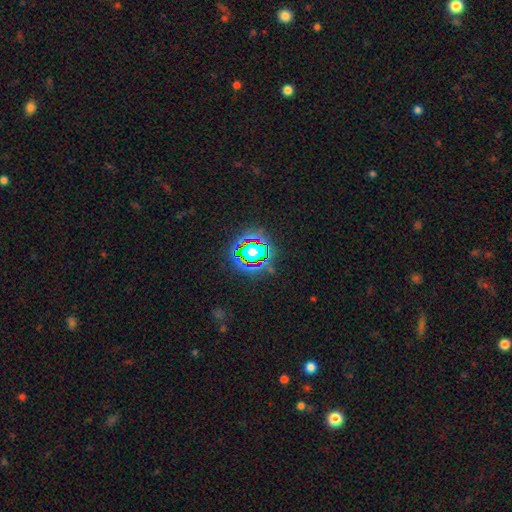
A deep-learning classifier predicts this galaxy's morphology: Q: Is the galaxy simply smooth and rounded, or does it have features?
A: star or artifact — 78%.